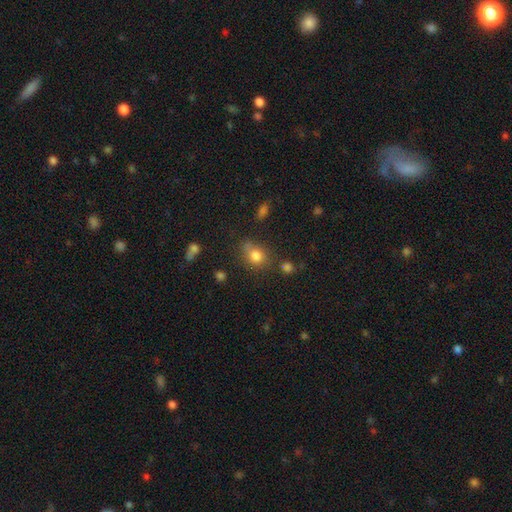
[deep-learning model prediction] This is likely a smooth galaxy (80%). How rounded: likely round (64%). Merging: possibly none (58%).